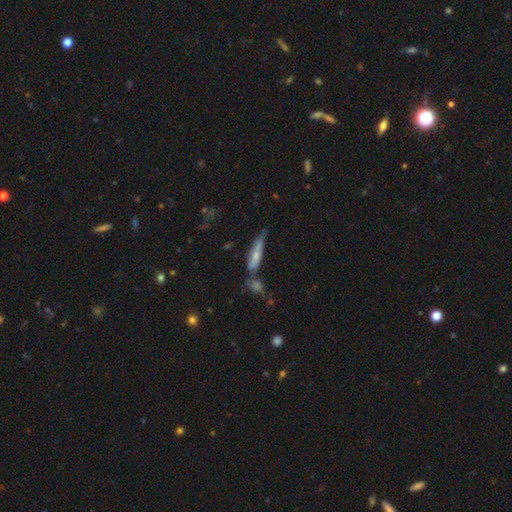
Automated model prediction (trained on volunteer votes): Smooth or featured: smooth — 58% (featured or disk — 34%)
How rounded: cigar-shaped — 79% (in between — 19%)
Merging: none — 43% (merger — 26%)